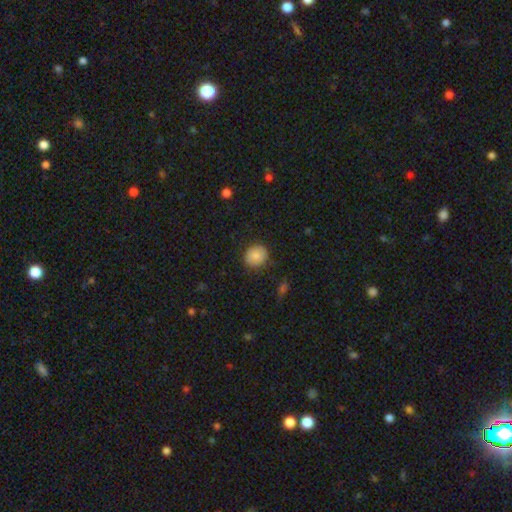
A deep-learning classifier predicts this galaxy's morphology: Smooth or featured: smooth — 86% (star or artifact — 8%)
How rounded: round — 81% (in between — 18%)
Merging: none — 86% (minor disturbance — 10%)